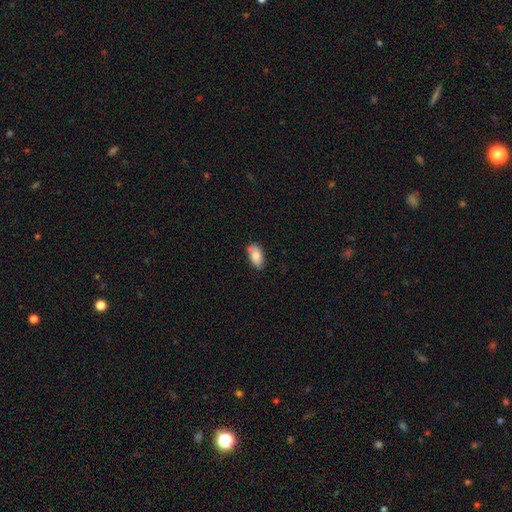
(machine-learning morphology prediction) A smooth galaxy with no disk features (83%) that is in between round and cigar-shaped (93%).

Vote fractions:
- Smooth or featured? smooth: 83% / featured or disk: 10% / star or artifact: 7%
- How rounded? in between: 93% / cigar-shaped: 4% / round: 3%
- Merging? none: 73% / minor disturbance: 21% / major disturbance: 3% / merger: 3%